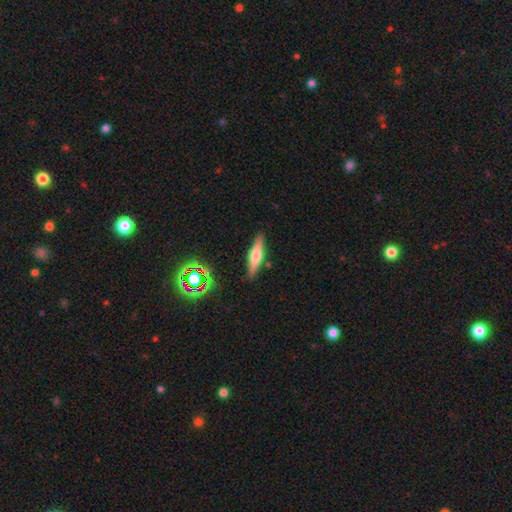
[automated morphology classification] Smooth or featured: featured or disk — 54% (smooth — 38%)
Edge-on disk: yes — 94% (no — 6%)
Edge-on bulge: rounded — 89% (boxy — 7%)
Merging: none — 87% (minor disturbance — 9%)